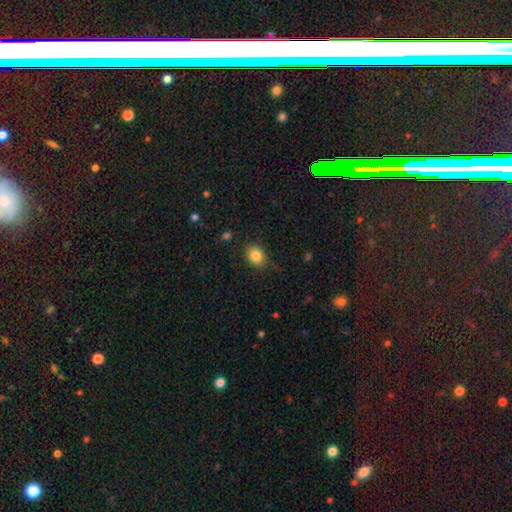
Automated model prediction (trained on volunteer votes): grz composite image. It shows a smooth galaxy with no disk features (84%) that is in between round and cigar-shaped (59%). Merging: none (81%).